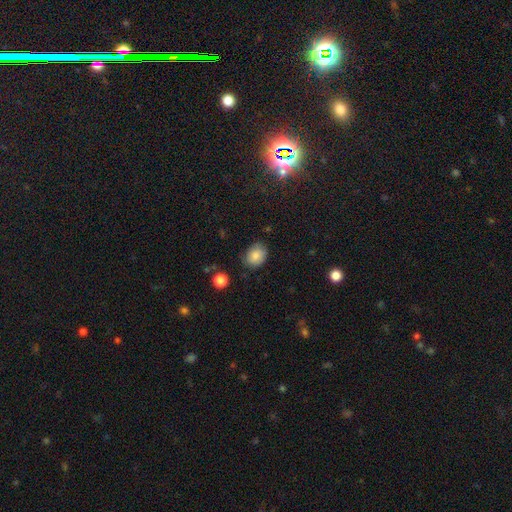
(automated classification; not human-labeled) A smooth galaxy with no disk features (84%) that is in between round and cigar-shaped (56%).

Vote fractions:
- Smooth or featured? smooth: 84% / star or artifact: 9% / featured or disk: 7%
- How rounded? in between: 56% / round: 43% / cigar-shaped: 1%
- Merging? none: 75% / minor disturbance: 19% / major disturbance: 4% / merger: 2%